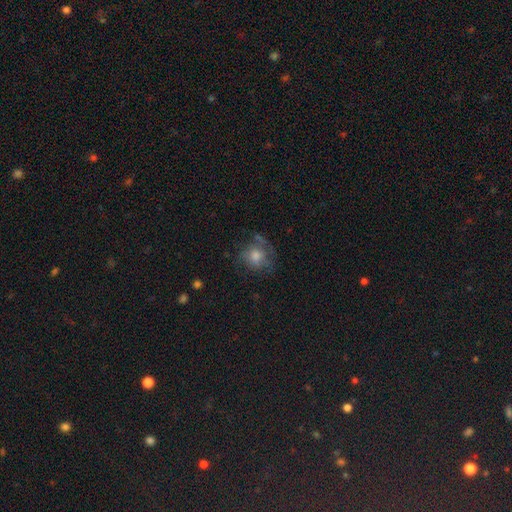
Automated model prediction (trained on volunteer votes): Q: Smooth or featured?
A: smooth (49%); runner-up: featured or disk (36%)
Q: Merging?
A: none (57%); runner-up: minor disturbance (22%)